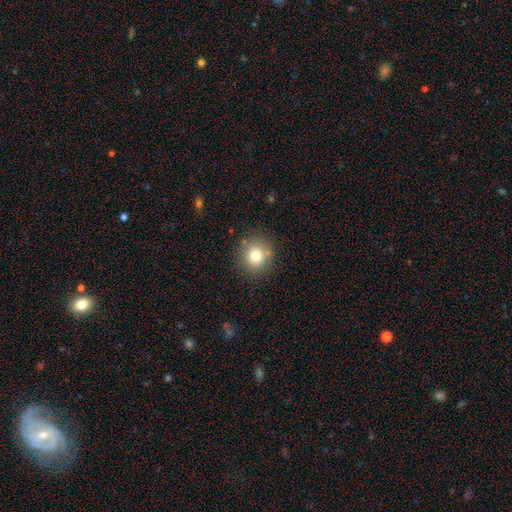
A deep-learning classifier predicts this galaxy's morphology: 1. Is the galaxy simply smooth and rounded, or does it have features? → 77% smooth, 12% star or artifact, 11% featured or disk.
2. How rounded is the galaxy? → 89% round, 10% in between, 1% cigar-shaped.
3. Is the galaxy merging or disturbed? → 84% none, 10% minor disturbance, 3% major disturbance, 3% merger.